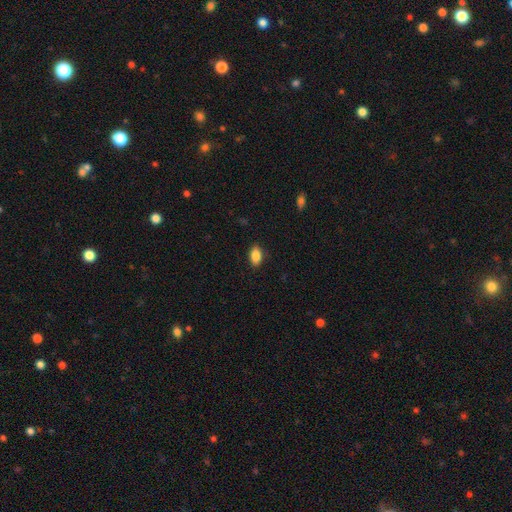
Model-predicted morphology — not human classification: smooth_or_featured: smooth (p=0.86) [alt: star or artifact p=0.08]
how_rounded: in between (p=0.90) [alt: round p=0.07]
merging: none (p=0.87) [alt: minor disturbance p=0.10]